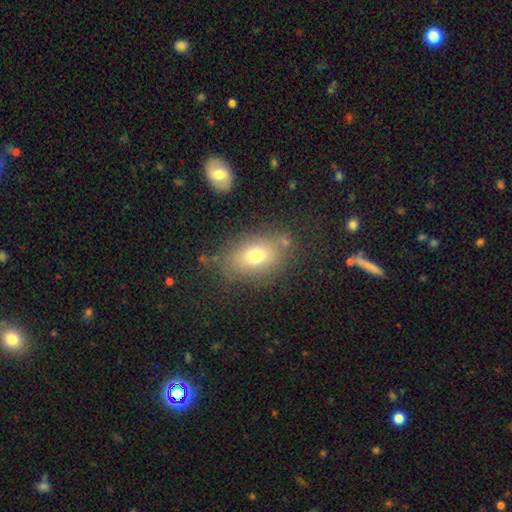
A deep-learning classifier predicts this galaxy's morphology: A smooth galaxy with no disk features (72%) that is in between round and cigar-shaped (79%). Merging: none (73%).